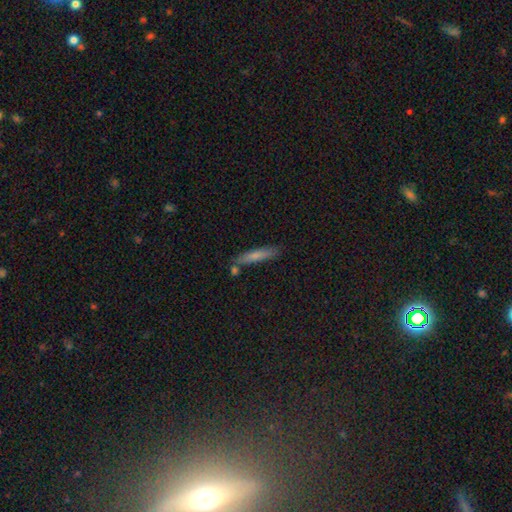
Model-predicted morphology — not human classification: Smooth or featured? Predicted: smooth (p=0.70). How rounded? Predicted: cigar-shaped (p=0.88). Merging? Predicted: none (p=0.74).